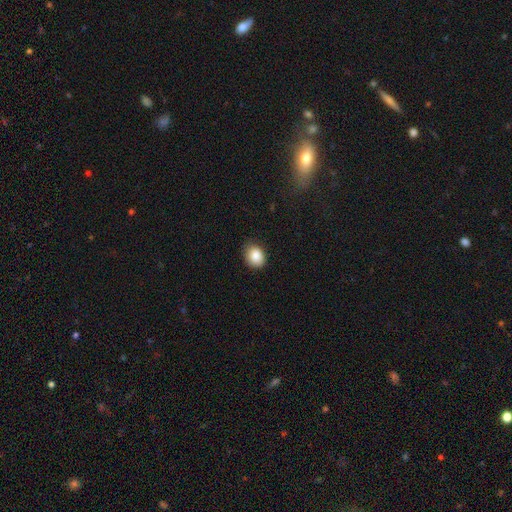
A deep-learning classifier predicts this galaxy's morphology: Smooth or featured: smooth — 87% (star or artifact — 8%)
How rounded: in between — 53% (round — 46%)
Merging: none — 78% (minor disturbance — 18%)